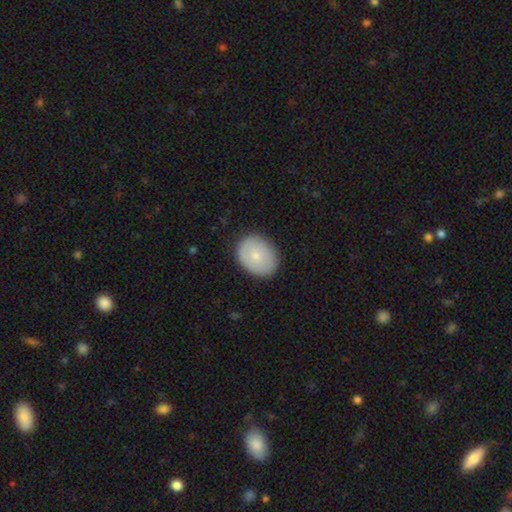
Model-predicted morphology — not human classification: Q: Smooth or featured?
A: smooth (75%); runner-up: featured or disk (18%)
Q: How rounded?
A: in between (56%); runner-up: round (43%)
Q: Merging?
A: none (85%); runner-up: minor disturbance (11%)